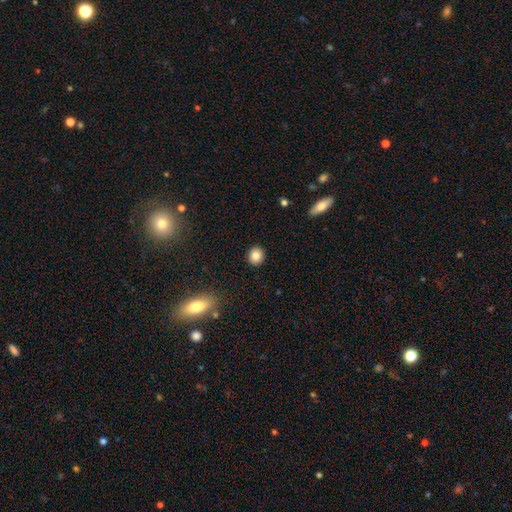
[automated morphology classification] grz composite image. It shows a smooth galaxy with no disk features (85%) that is round (83%). Merging: none (91%).